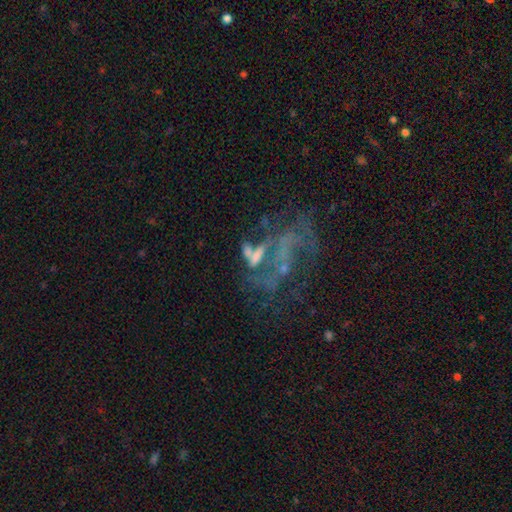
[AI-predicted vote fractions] smooth_or_featured: featured or disk (p=0.59) [alt: star or artifact p=0.21]
disk_edge_on: no (p=0.94) [alt: yes p=0.06]
bar: no (p=0.62) [alt: weak p=0.25]
has_spiral_arms: no (p=0.62) [alt: yes p=0.38]
bulge_size: none (p=0.45) [alt: small p=0.29]
merging: major disturbance (p=0.40) [alt: merger p=0.25]